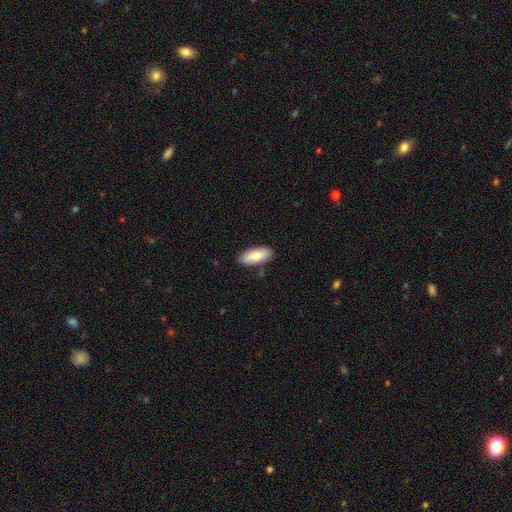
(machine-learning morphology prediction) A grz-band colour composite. It shows a smooth galaxy with no disk features (75%) that is in between round and cigar-shaped (85%). Merging: none (85%).